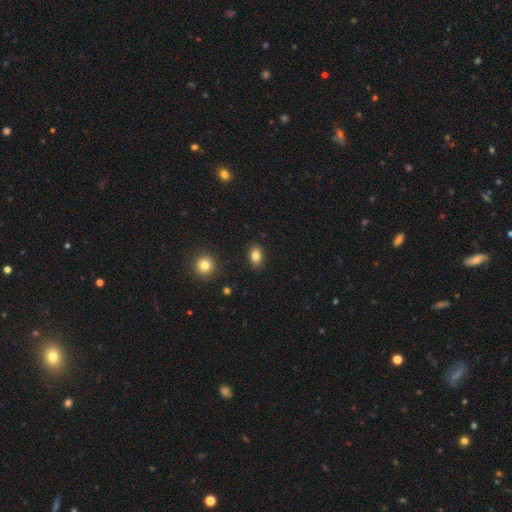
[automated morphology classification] This appears to be a smooth galaxy with no disk features (82%) that is in between round and cigar-shaped (78%). Merging: none (89%).